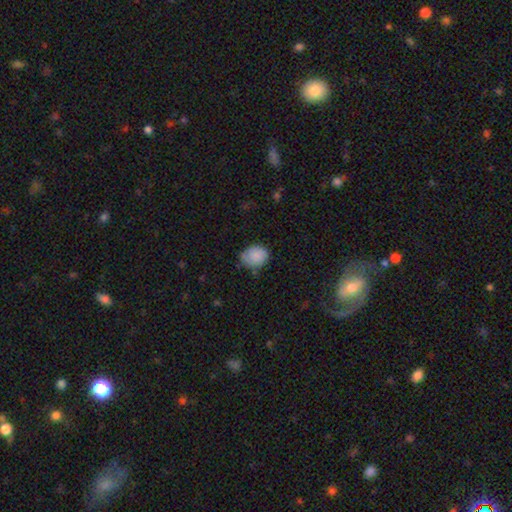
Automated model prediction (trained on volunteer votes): A smooth galaxy with no disk features (84%) that is round (51%). Merging: none (61%).